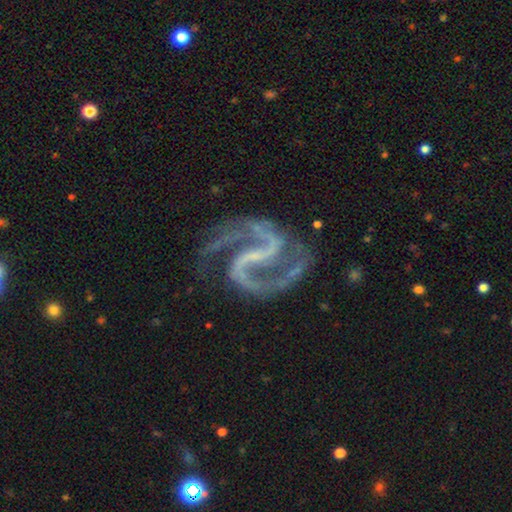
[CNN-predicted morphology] The model was most divided on "bulge size": small: 50%, none: 42%, moderate: 6%, large: 1%, dominant: 1%. Remaining: spiral arms — yes (99%); edge-on disk — no (98%); smooth or featured — featured or disk (94%); spiral arm count — 2 (94%); merging — none (76%); spiral winding — medium (67%); bar — strong (48%).